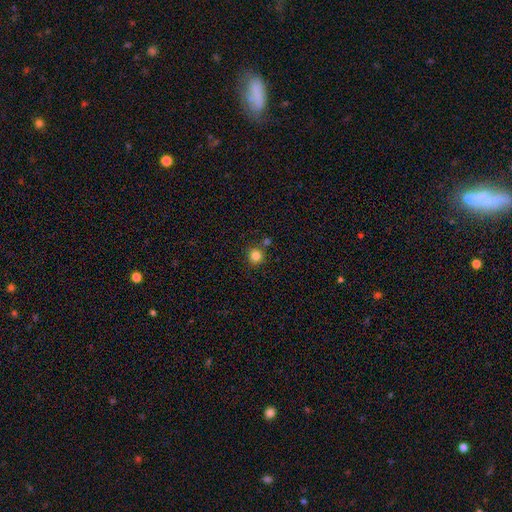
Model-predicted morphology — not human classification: This is clearly a smooth galaxy (83%). How rounded: clearly round (93%). Merging: likely none (79%).